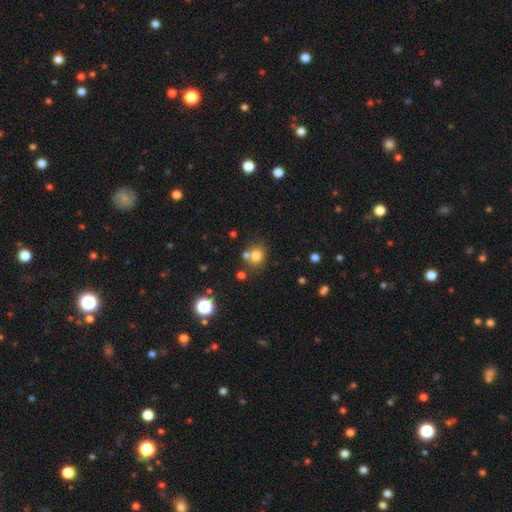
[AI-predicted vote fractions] smooth_or_featured: smooth (p=0.75) [alt: star or artifact p=0.15]
how_rounded: round (p=0.69) [alt: in between p=0.30]
merging: none (p=0.60) [alt: merger p=0.24]